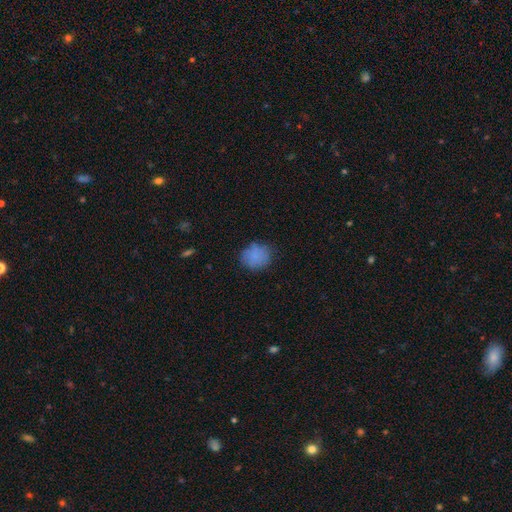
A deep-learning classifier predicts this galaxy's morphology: smooth_or_featured: smooth (p=0.81) [alt: star or artifact p=0.10]
how_rounded: round (p=0.76) [alt: in between p=0.23]
merging: none (p=0.74) [alt: minor disturbance p=0.18]